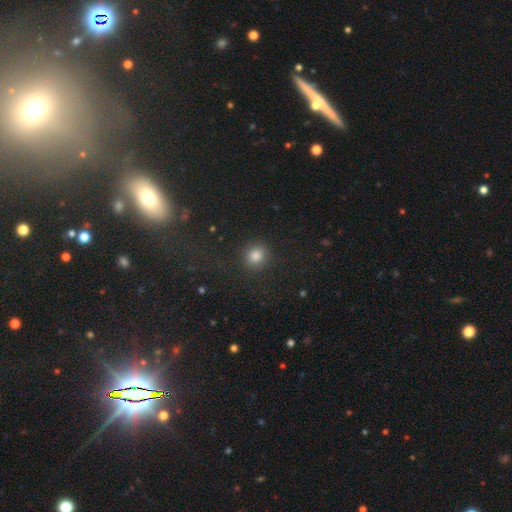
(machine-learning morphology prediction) type=smooth (82%); roundness=round (86%); merging=none (88%).